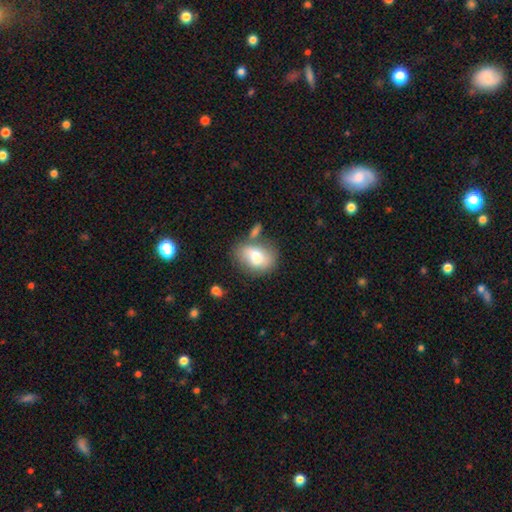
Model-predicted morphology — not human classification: The model was most divided on "merging": none: 53%, minor disturbance: 21%, merger: 17%, major disturbance: 9%. More confident: how rounded — in between (76%); smooth or featured — smooth (70%).